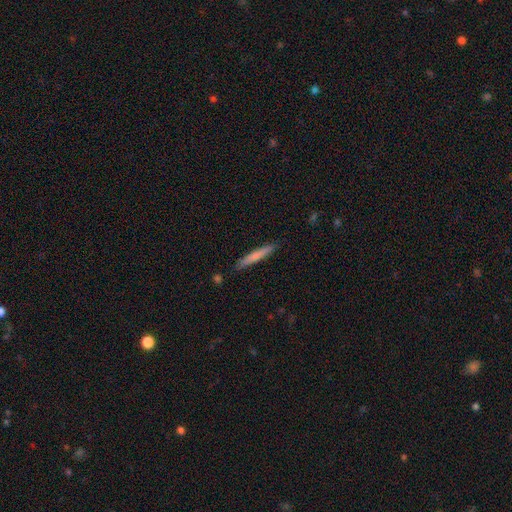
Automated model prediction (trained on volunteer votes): Smooth or featured? smooth (69%)
How rounded? cigar-shaped (95%)
Merging? none (88%)